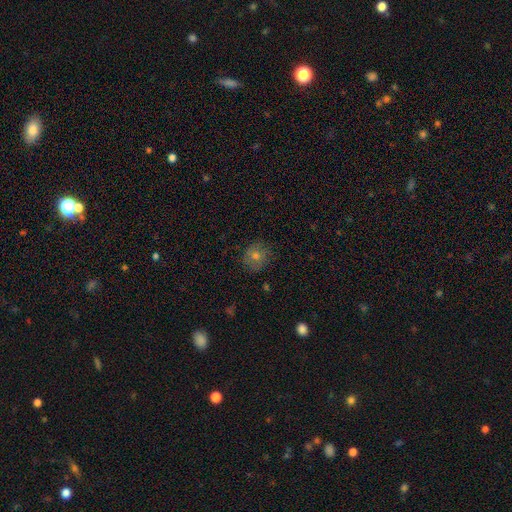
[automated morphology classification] Smooth or featured? Predicted: smooth (p=0.60). How rounded? Predicted: round (p=0.84). Merging? Predicted: none (p=0.82).